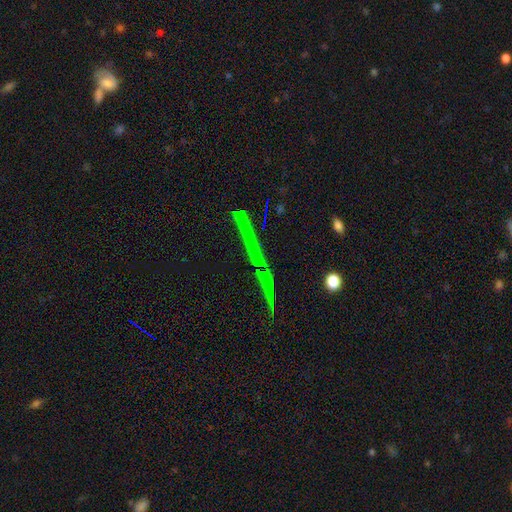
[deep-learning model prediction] smooth-or-featured: star or artifact: 69% | featured or disk: 19% | smooth: 11%